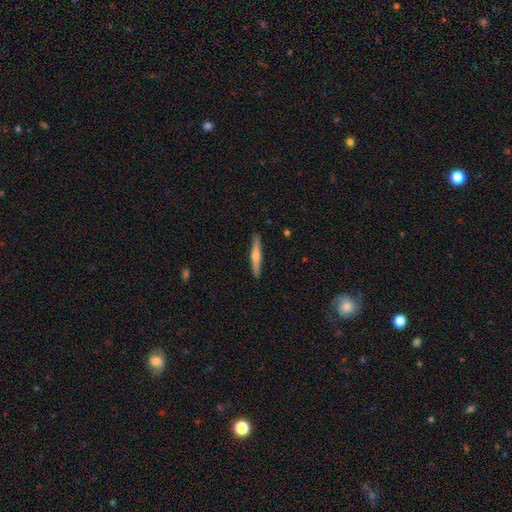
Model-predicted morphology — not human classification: Q: Smooth or featured?
A: featured or disk (53%); runner-up: smooth (42%)
Q: Edge-on disk?
A: yes (96%); runner-up: no (4%)
Q: Edge-on bulge?
A: rounded (84%); runner-up: none (11%)
Q: Merging?
A: none (90%); runner-up: minor disturbance (8%)